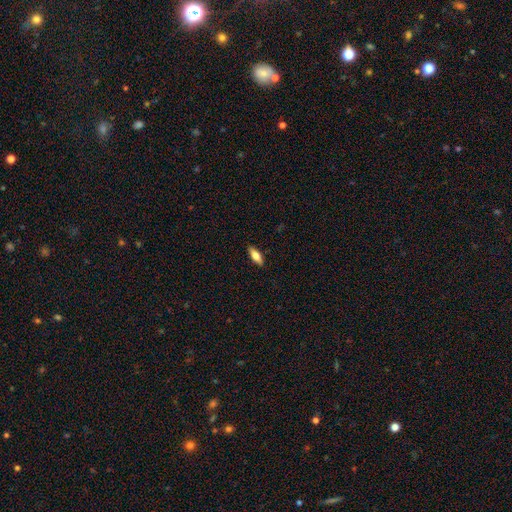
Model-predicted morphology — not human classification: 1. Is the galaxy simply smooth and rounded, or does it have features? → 71% smooth, 23% featured or disk, 6% star or artifact.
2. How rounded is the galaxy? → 71% in between, 26% cigar-shaped, 2% round.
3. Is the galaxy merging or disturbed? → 89% none, 9% minor disturbance, 2% major disturbance, 1% merger.